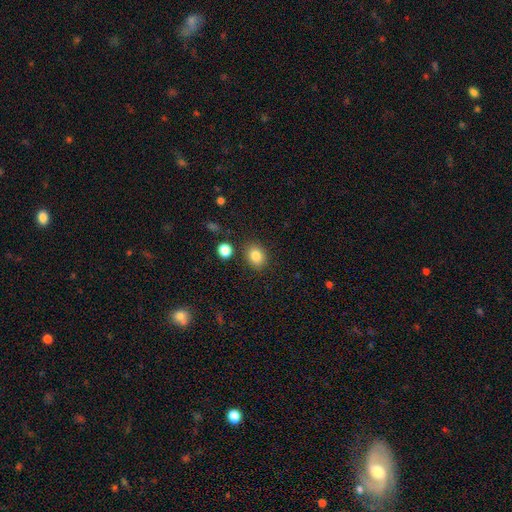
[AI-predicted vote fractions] Overall: smooth (84%). How rounded: round (54%; in between 45%). Merging: none (84%).